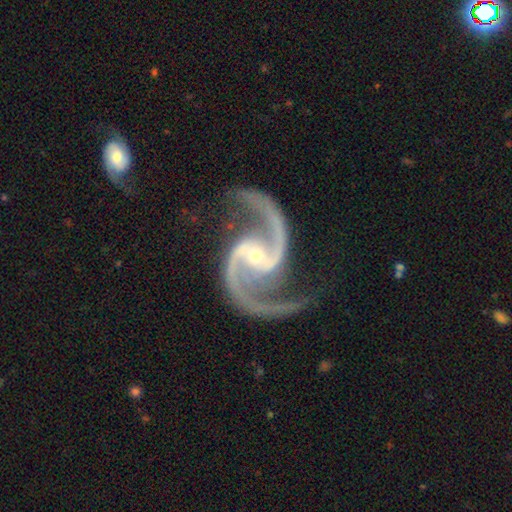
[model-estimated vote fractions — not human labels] Q: Smooth or featured?
A: featured or disk (95%); runner-up: star or artifact (4%)
Q: Edge-on disk?
A: no (98%); runner-up: yes (2%)
Q: Bar?
A: no (43%); runner-up: weak (34%)
Q: Spiral arms?
A: yes (99%); runner-up: no (1%)
Q: Spiral winding?
A: medium (64%); runner-up: loose (25%)
Q: Spiral arm count?
A: 2 (94%); runner-up: 3 (1%)
Q: Bulge size?
A: small (70%); runner-up: moderate (27%)
Q: Merging?
A: none (75%); runner-up: minor disturbance (15%)